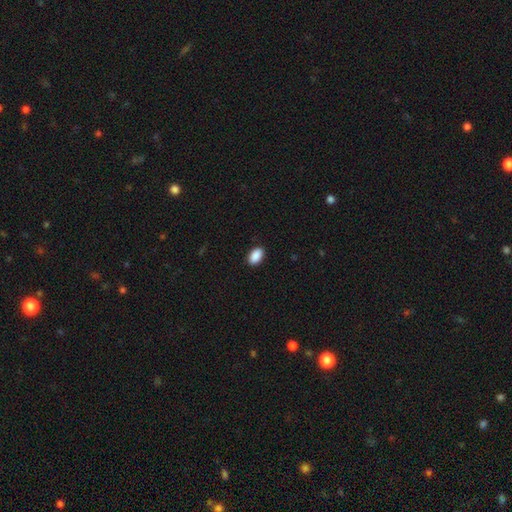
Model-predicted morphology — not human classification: Smooth or featured? Predicted: smooth (p=0.90). How rounded? Predicted: in between (p=0.92). Merging? Predicted: none (p=0.89).